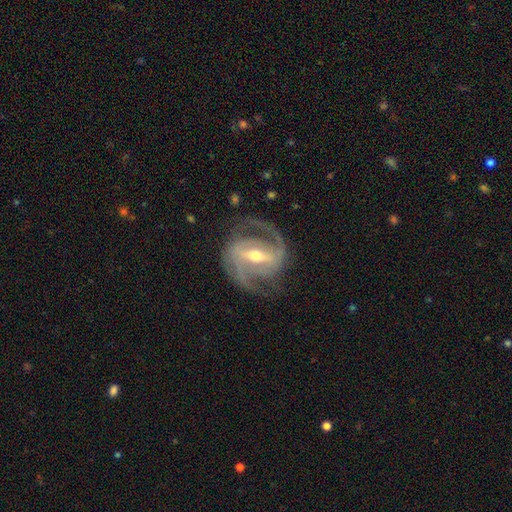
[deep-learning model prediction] The model was most divided on "spiral winding": medium: 54%, tight: 34%, loose: 13%. More confident: spiral arms — yes (98%); edge-on disk — no (96%); smooth or featured — featured or disk (92%); spiral arm count — 2 (90%); merging — none (79%); bar — strong (66%); bulge size — moderate (62%).